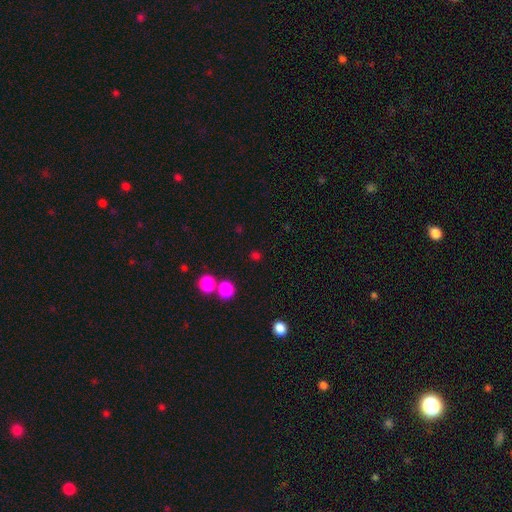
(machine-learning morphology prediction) Smooth or featured?
  - smooth: 74% *
  - star or artifact: 20%
  - featured or disk: 6%
How rounded?
  - round: 85% *
  - in between: 14%
  - cigar-shaped: 1%
Merging?
  - none: 69% *
  - merger: 19%
  - minor disturbance: 8%
  - major disturbance: 4%